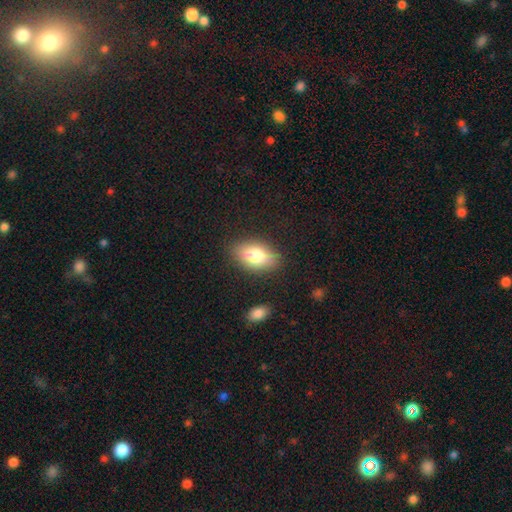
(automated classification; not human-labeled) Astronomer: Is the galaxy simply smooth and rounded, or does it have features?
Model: smooth — 78%.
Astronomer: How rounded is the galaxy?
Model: in between — 90%.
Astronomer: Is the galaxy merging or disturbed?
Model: none — 84%.